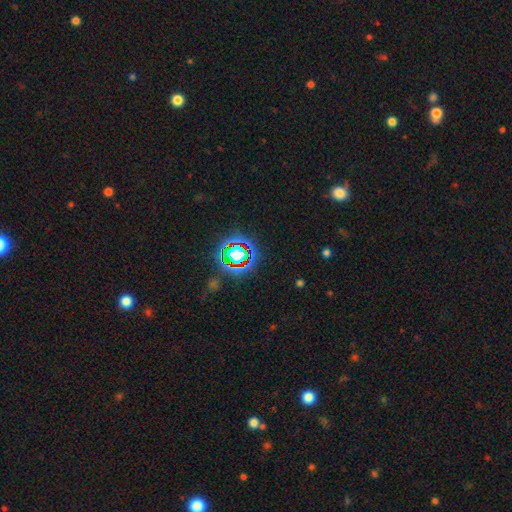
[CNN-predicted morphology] This appears to be a star or artifact, not a galaxy (78%).